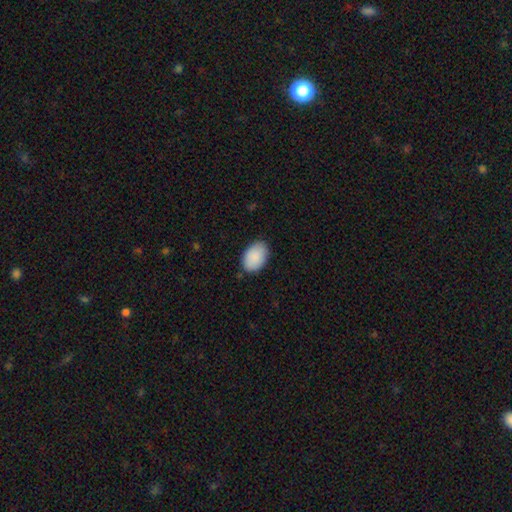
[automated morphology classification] Smooth or featured?
  - smooth: 90% *
  - star or artifact: 6%
  - featured or disk: 4%
How rounded?
  - in between: 91% *
  - round: 8%
  - cigar-shaped: 1%
Merging?
  - none: 83% *
  - minor disturbance: 14%
  - major disturbance: 2%
  - merger: 1%